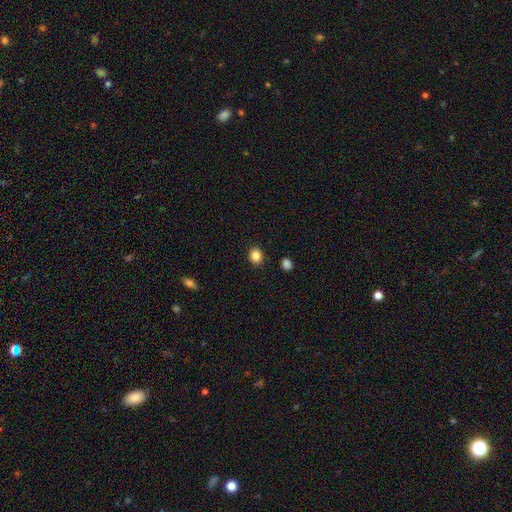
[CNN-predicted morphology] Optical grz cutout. It shows a smooth galaxy with no disk features (86%) that is round (55%). Merging: none (89%).